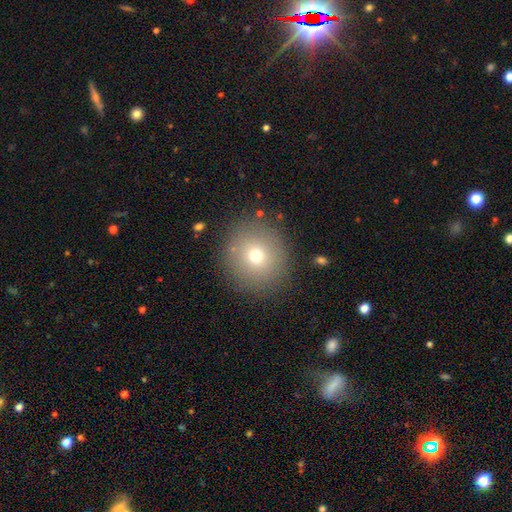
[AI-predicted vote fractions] Smooth or featured? smooth (72%)
How rounded? round (91%)
Merging? none (88%)